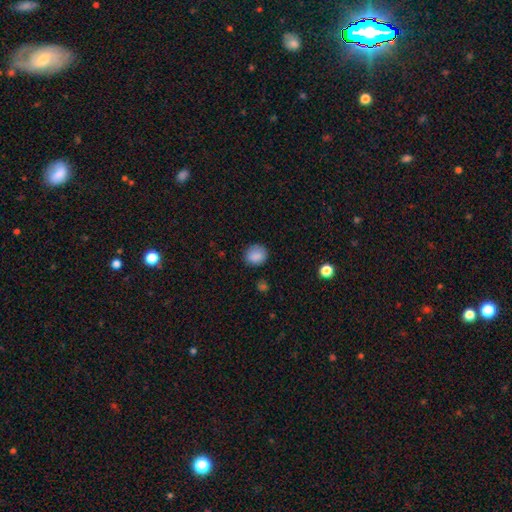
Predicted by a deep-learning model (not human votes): Smooth or featured?
  - smooth: 87% *
  - star or artifact: 9%
  - featured or disk: 4%
How rounded?
  - round: 80% *
  - in between: 19%
  - cigar-shaped: 1%
Merging?
  - none: 84% *
  - minor disturbance: 12%
  - major disturbance: 3%
  - merger: 1%